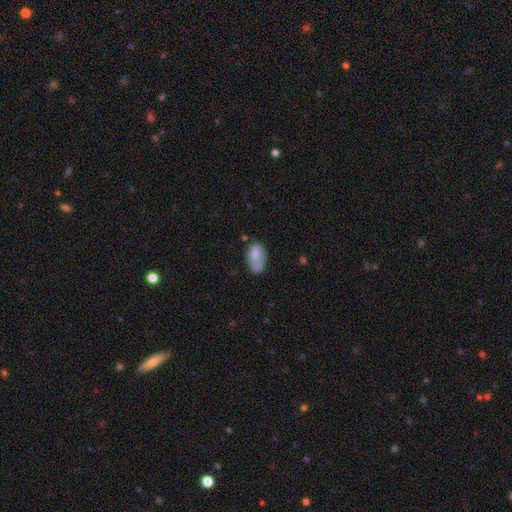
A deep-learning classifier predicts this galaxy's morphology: Q: Smooth or featured?
A: smooth (77%); runner-up: featured or disk (15%)
Q: How rounded?
A: in between (93%); runner-up: round (5%)
Q: Merging?
A: none (57%); runner-up: minor disturbance (29%)